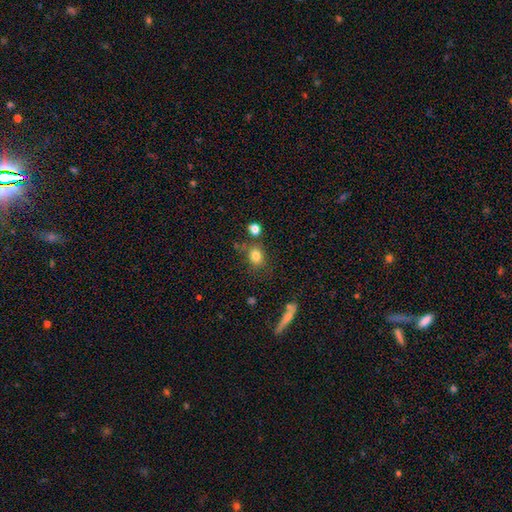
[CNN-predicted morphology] type=smooth (81%); roundness=round (53%); merging=none (67%).